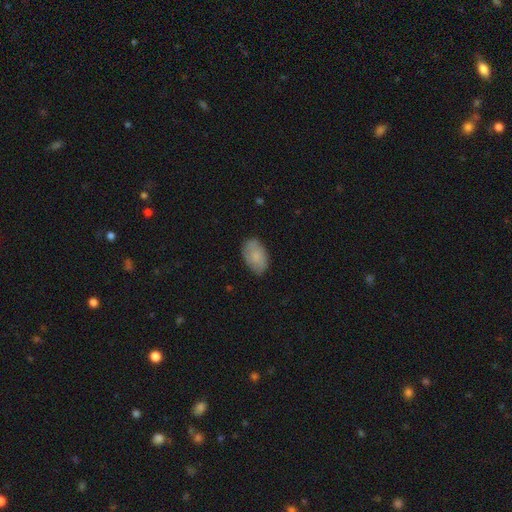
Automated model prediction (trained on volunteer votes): Smooth or featured? smooth (82%)
How rounded? in between (92%)
Merging? none (81%)